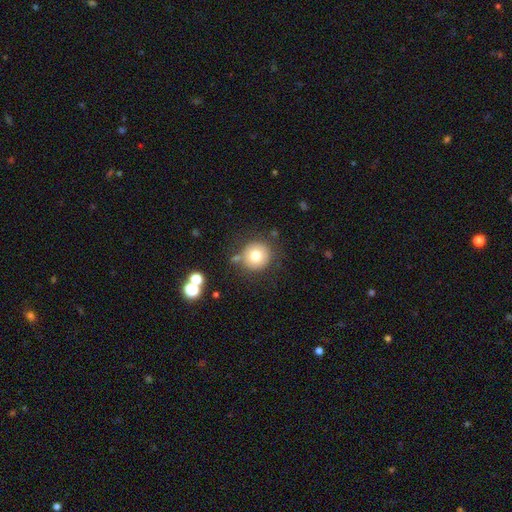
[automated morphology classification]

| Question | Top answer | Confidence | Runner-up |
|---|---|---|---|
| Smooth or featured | smooth | 76% | featured or disk (12%) |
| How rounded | round | 95% | in between (5%) |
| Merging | none | 79% | minor disturbance (11%) |